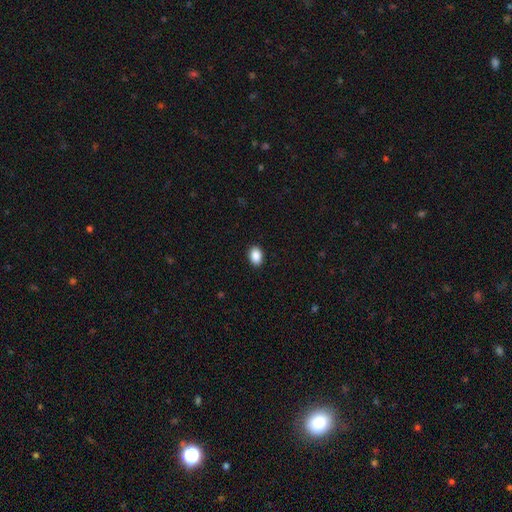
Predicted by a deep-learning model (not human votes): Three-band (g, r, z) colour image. It shows a smooth galaxy with no disk features (90%) that is in between round and cigar-shaped (78%). Merging: none (91%).